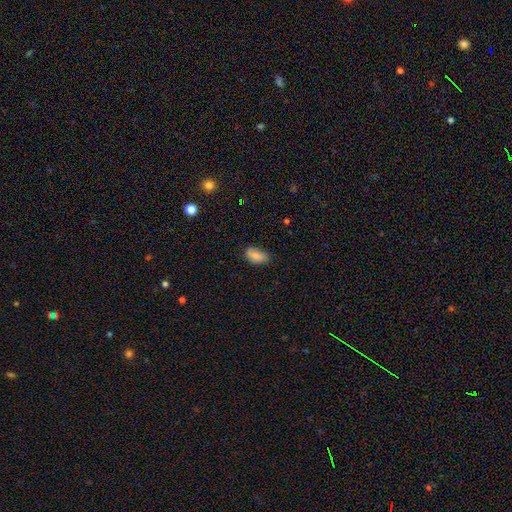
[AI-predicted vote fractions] A smooth galaxy with no disk features (85%) that is in between round and cigar-shaped (92%). Merging: none (72%).